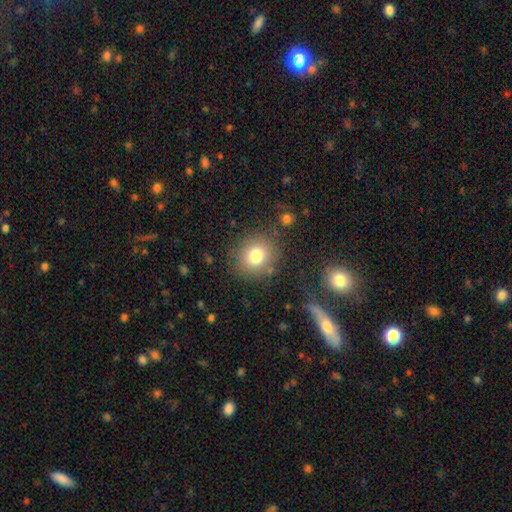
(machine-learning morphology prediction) This is likely a smooth galaxy (78%). How rounded: clearly round (84%). Merging: clearly none (82%).